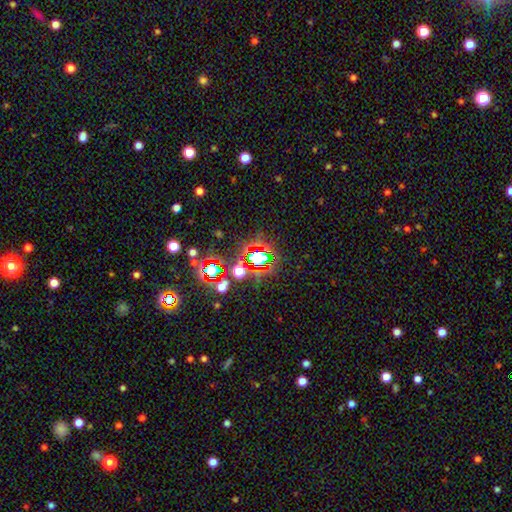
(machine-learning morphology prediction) The model was most divided on "smooth or featured": star or artifact: 68%, smooth: 22%, featured or disk: 10%.